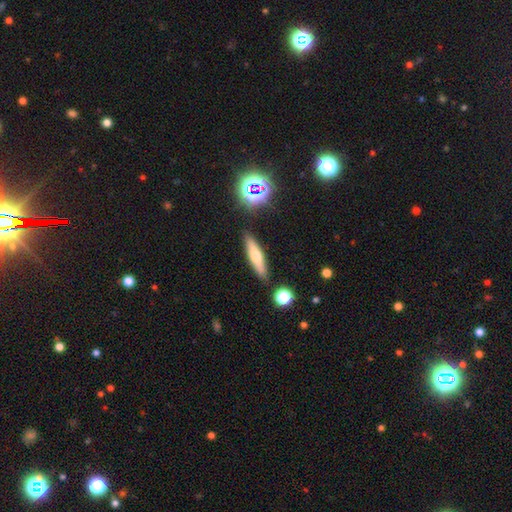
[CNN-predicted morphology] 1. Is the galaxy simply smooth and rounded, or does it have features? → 54% smooth, 36% featured or disk, 9% star or artifact.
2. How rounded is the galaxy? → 78% cigar-shaped, 19% in between, 3% round.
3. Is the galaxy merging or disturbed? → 87% none, 8% minor disturbance, 3% merger, 2% major disturbance.